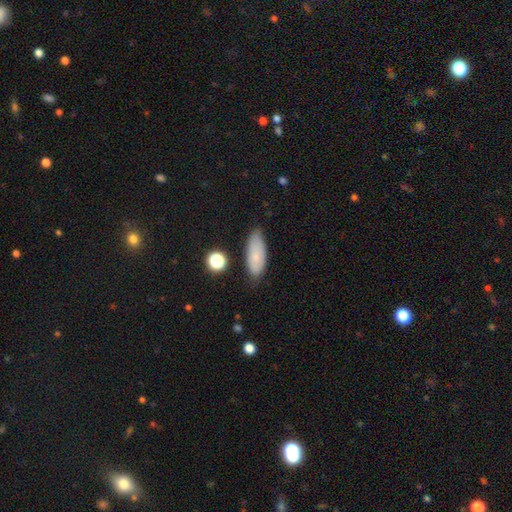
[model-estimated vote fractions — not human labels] Smooth or featured?
  - smooth: 81% *
  - featured or disk: 12%
  - star or artifact: 8%
How rounded?
  - in between: 76% *
  - cigar-shaped: 21%
  - round: 3%
Merging?
  - none: 77% *
  - minor disturbance: 18%
  - major disturbance: 3%
  - merger: 2%